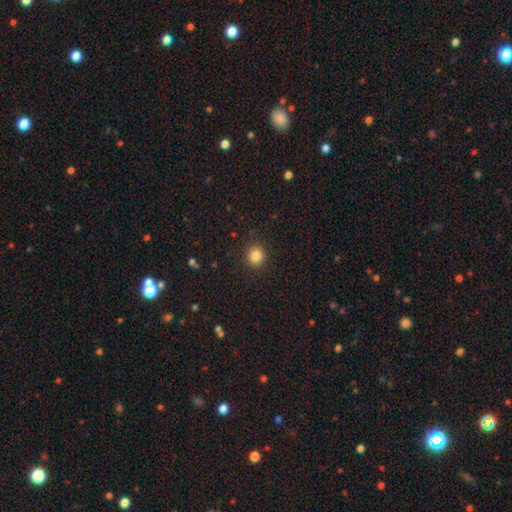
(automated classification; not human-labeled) A smooth galaxy with no disk features (84%) that is round (87%). Merging: none (90%).